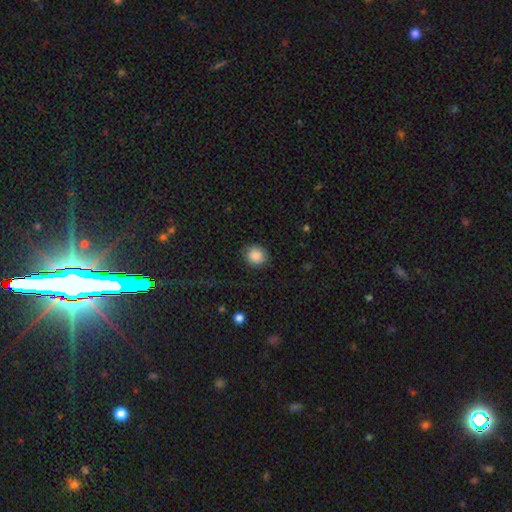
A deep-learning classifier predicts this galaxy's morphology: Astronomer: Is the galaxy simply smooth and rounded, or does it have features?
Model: smooth — 87%.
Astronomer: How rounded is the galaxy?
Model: round — 81%.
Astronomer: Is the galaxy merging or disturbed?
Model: none — 87%.